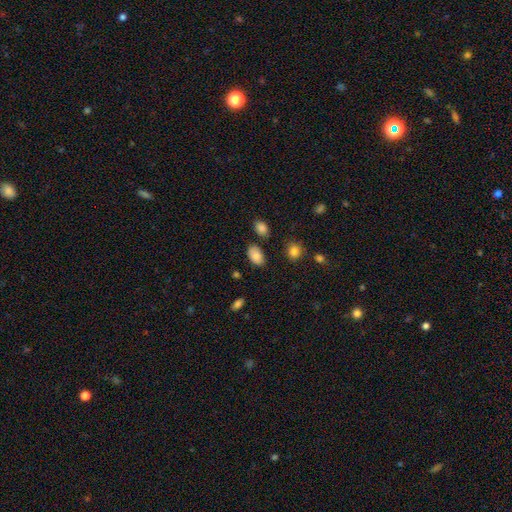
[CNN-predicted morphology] The model was most divided on "merging": none: 80%, minor disturbance: 13%, merger: 4%, major disturbance: 3%. More confident: how rounded — in between (91%); smooth or featured — smooth (84%).